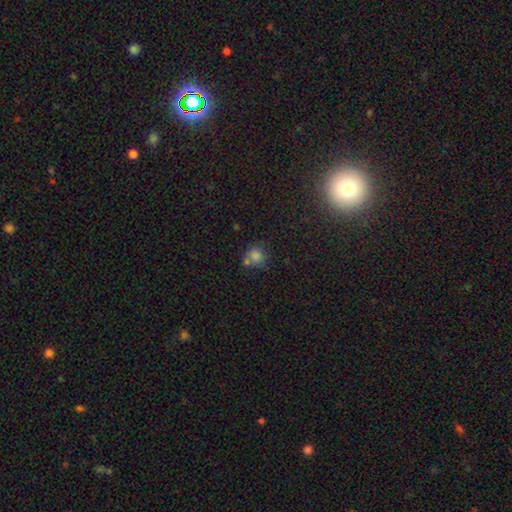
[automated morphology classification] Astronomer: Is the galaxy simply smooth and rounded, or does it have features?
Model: smooth — 79%.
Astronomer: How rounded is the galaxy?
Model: round — 83%.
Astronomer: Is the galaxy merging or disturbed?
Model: none — 55%.